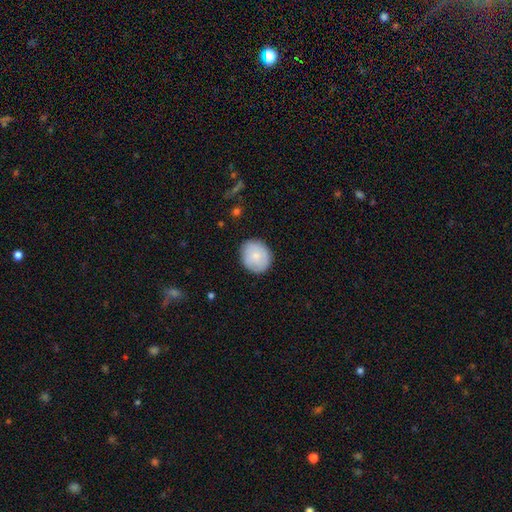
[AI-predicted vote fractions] Smooth or featured? Predicted: smooth (p=0.74). How rounded? Predicted: round (p=0.76). Merging? Predicted: none (p=0.83).